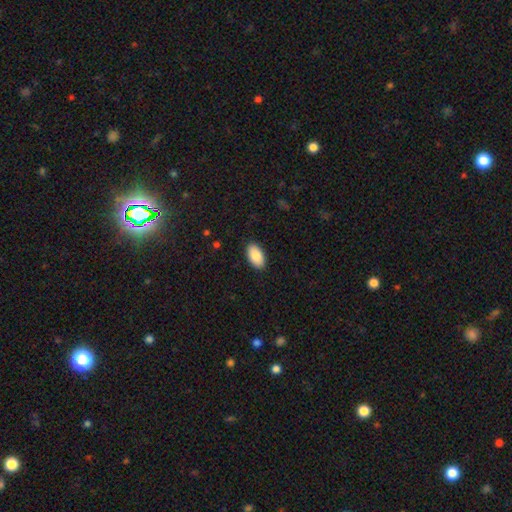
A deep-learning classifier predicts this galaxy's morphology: Q: Smooth or featured?
A: smooth (87%); runner-up: featured or disk (7%)
Q: How rounded?
A: in between (95%); runner-up: round (3%)
Q: Merging?
A: none (89%); runner-up: minor disturbance (8%)